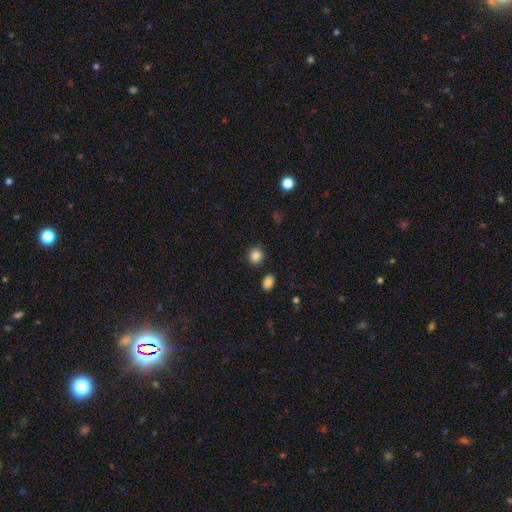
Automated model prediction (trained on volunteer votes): This is clearly a smooth galaxy (86%). How rounded: clearly round (86%). Merging: clearly none (87%).